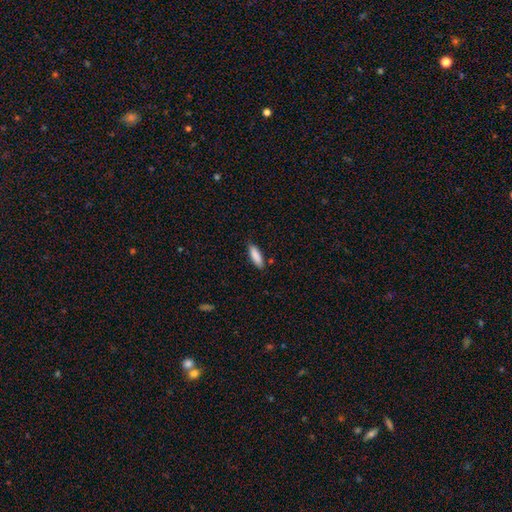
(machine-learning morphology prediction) A smooth galaxy with no disk features (87%) that is cigar-shaped (51%).

Vote fractions:
- Smooth or featured? smooth: 87% / featured or disk: 7% / star or artifact: 6%
- How rounded? cigar-shaped: 51% / in between: 47% / round: 1%
- Merging? none: 83% / minor disturbance: 13% / major disturbance: 2% / merger: 2%